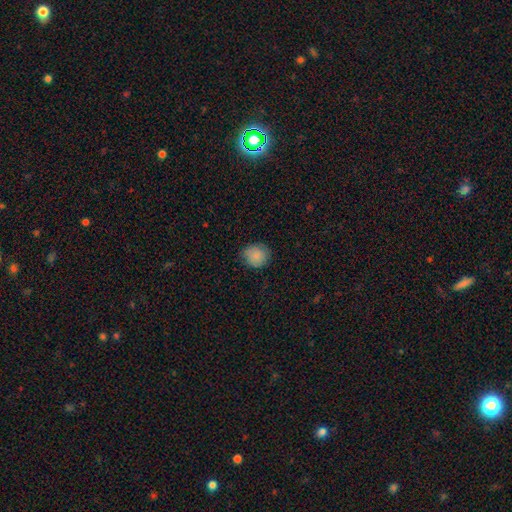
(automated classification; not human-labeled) Smooth or featured? smooth (86%)
How rounded? round (81%)
Merging? none (81%)